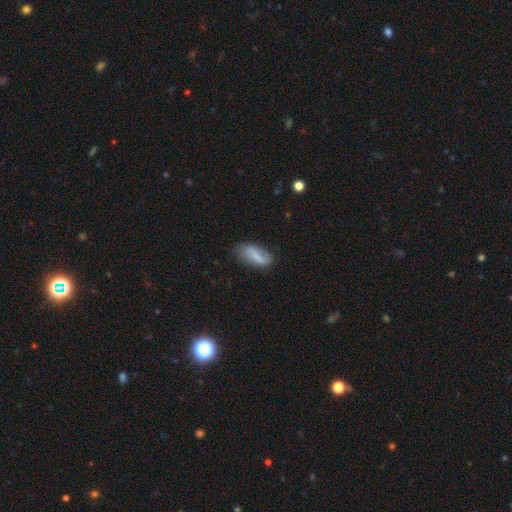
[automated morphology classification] This is likely a smooth galaxy (63%). How rounded: clearly in between (88%). Merging: likely none (66%).